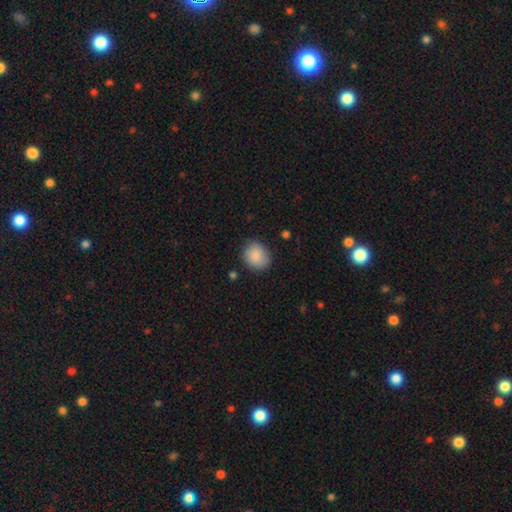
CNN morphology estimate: The model was most divided on "how rounded": round: 64%, in between: 35%, cigar-shaped: 1%. More confident: smooth or featured — smooth (87%); merging — none (81%).